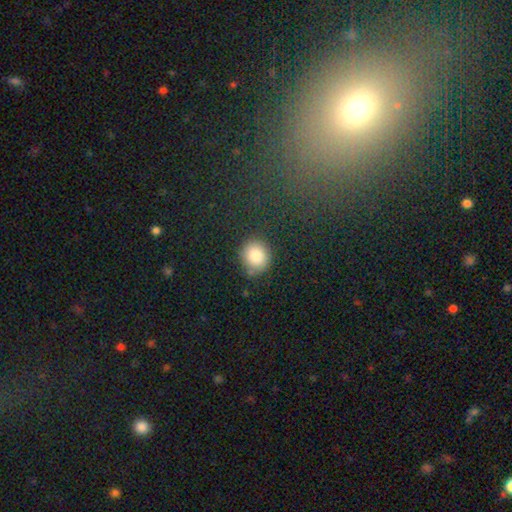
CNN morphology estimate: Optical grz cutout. It shows a smooth galaxy with no disk features (85%) that is round (83%). Merging: none (81%).